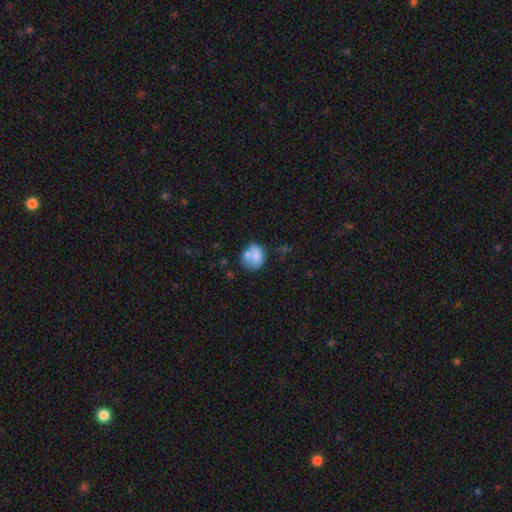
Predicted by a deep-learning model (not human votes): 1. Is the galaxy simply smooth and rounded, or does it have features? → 73% smooth, 19% featured or disk, 8% star or artifact.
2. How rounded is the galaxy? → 67% round, 32% in between, 1% cigar-shaped.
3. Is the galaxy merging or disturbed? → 44% none, 30% merger, 19% minor disturbance, 8% major disturbance.